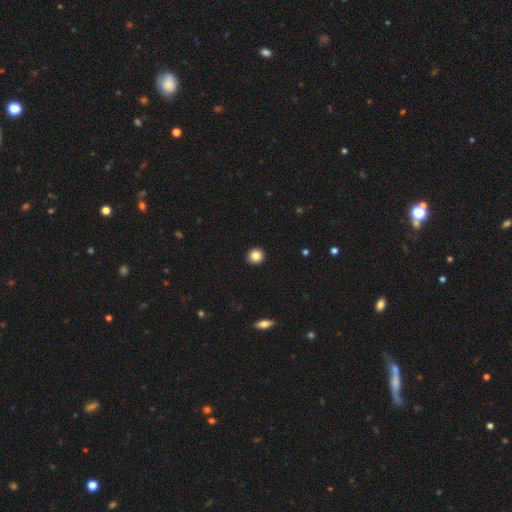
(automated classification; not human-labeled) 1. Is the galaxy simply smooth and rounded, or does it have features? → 85% smooth, 10% star or artifact, 5% featured or disk.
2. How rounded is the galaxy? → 93% round, 6% in between, 1% cigar-shaped.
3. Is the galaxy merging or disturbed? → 93% none, 4% minor disturbance, 1% major disturbance, 1% merger.